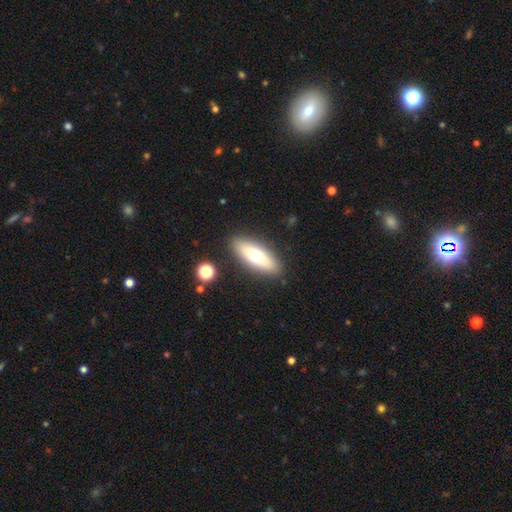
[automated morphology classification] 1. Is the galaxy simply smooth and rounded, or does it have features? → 63% smooth, 30% featured or disk, 7% star or artifact.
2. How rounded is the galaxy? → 61% in between, 37% cigar-shaped, 3% round.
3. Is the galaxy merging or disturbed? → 87% none, 9% minor disturbance, 3% major disturbance, 2% merger.